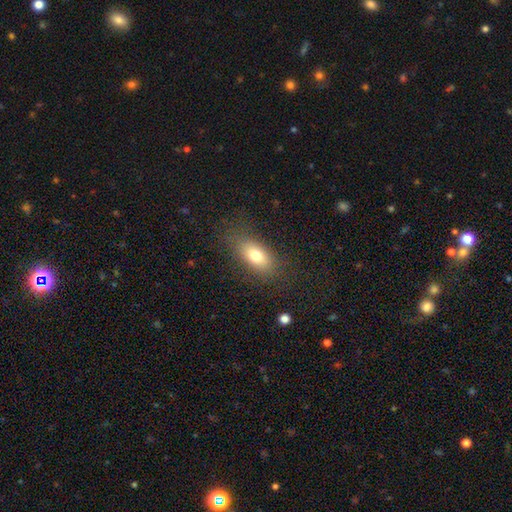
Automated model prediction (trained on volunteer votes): Smooth or featured? smooth (77%)
How rounded? in between (86%)
Merging? none (80%)